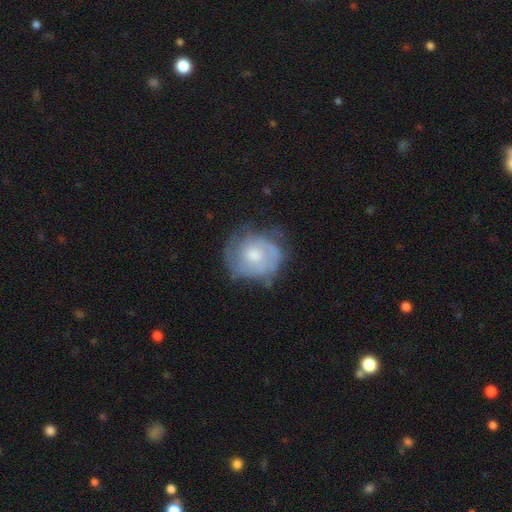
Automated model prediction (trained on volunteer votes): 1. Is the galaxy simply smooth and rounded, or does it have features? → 58% featured or disk, 35% smooth, 7% star or artifact.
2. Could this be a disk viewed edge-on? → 97% no, 3% yes.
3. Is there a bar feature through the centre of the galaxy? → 76% no, 21% weak, 3% strong.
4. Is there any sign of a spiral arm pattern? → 73% yes, 27% no.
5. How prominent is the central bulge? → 58% moderate, 25% small, 11% large, 5% none, 1% dominant.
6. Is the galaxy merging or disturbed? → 56% none, 27% minor disturbance, 14% major disturbance, 2% merger.